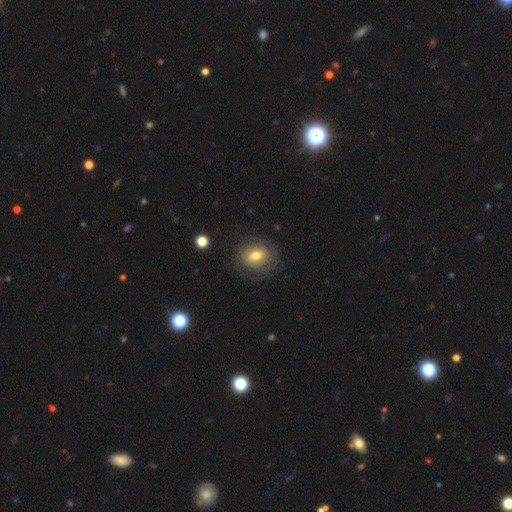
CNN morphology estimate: This appears to be a smooth galaxy with no disk features (55%) that is round (53%). Merging: none (73%).